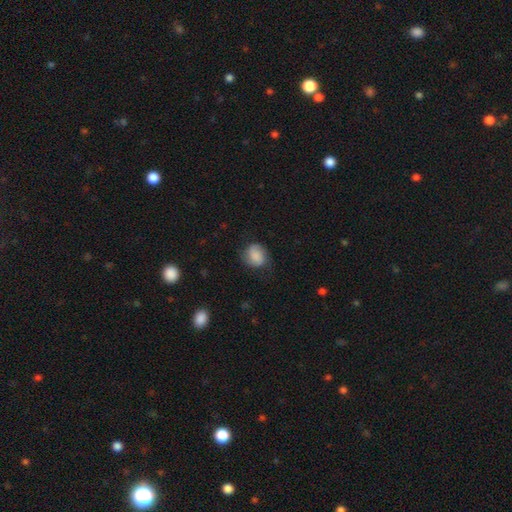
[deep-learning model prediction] smooth_or_featured: smooth (p=0.69) [alt: featured or disk p=0.22]
how_rounded: round (p=0.59) [alt: in between p=0.40]
merging: none (p=0.66) [alt: minor disturbance p=0.23]